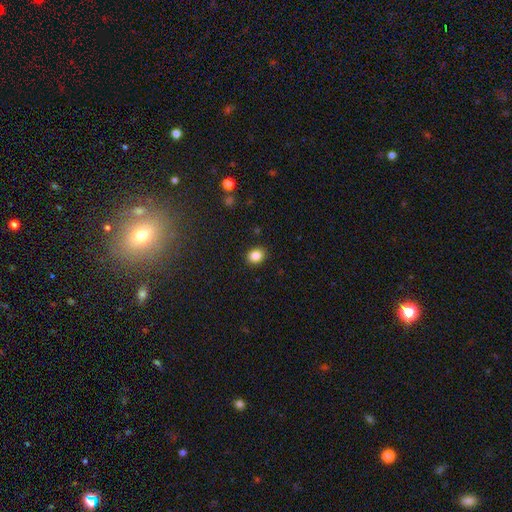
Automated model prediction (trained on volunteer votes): Smooth or featured? Predicted: smooth (p=0.86). How rounded? Predicted: round (p=0.53). Merging? Predicted: none (p=0.89).